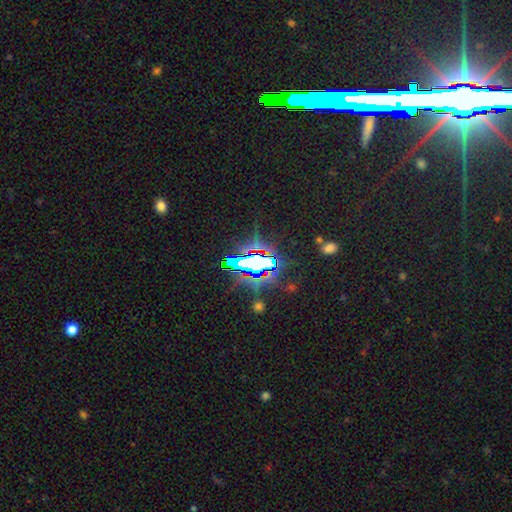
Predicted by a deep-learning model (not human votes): smooth_or_featured: star or artifact (p=0.72) [alt: featured or disk p=0.14]